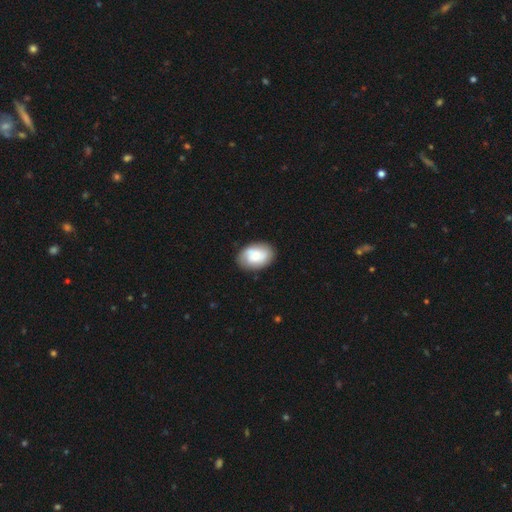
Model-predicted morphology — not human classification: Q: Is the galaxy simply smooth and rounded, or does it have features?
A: smooth — 64%.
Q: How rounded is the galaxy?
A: in between — 80%.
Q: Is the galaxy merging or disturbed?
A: none — 82%.